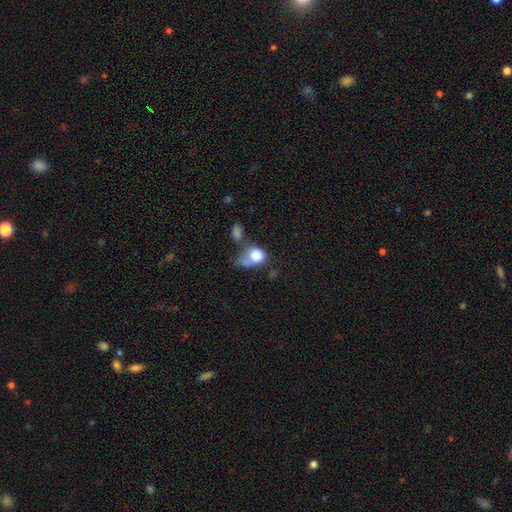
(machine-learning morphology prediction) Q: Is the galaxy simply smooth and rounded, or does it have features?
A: smooth — 78%.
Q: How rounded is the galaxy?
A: round — 60%.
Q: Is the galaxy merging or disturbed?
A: merger — 33%.